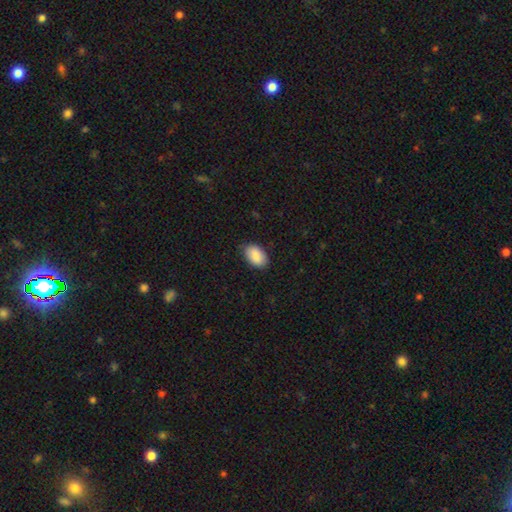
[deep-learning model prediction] A smooth galaxy with no disk features (89%) that is in between round and cigar-shaped (92%). Merging: none (82%).